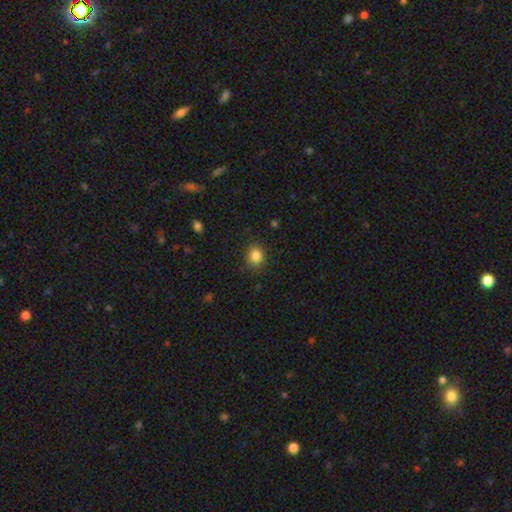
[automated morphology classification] Smooth or featured?
  - smooth: 84% *
  - star or artifact: 11%
  - featured or disk: 5%
How rounded?
  - round: 79% *
  - in between: 20%
  - cigar-shaped: 1%
Merging?
  - none: 87% *
  - minor disturbance: 9%
  - major disturbance: 3%
  - merger: 1%